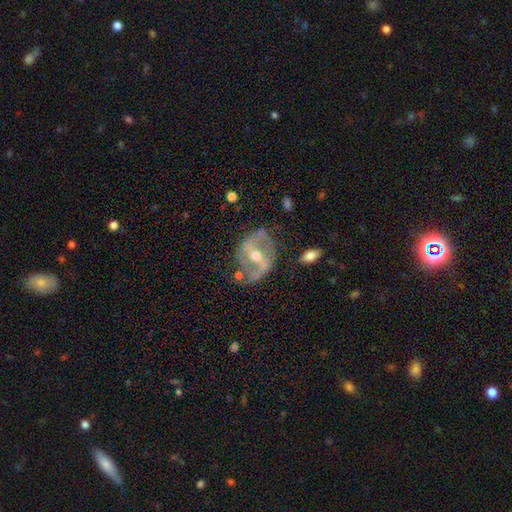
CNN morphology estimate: This is clearly a featured or disk galaxy (85%). It is clearly not viewed edge-on (94%). Bar: possibly strong (58%). Spiral arm pattern: clearly yes (84%). Spiral arm count: clearly 2 (88%). Spiral winding: possibly loose (49%). Central bulge: possibly moderate (59%). Merging: likely none (69%).